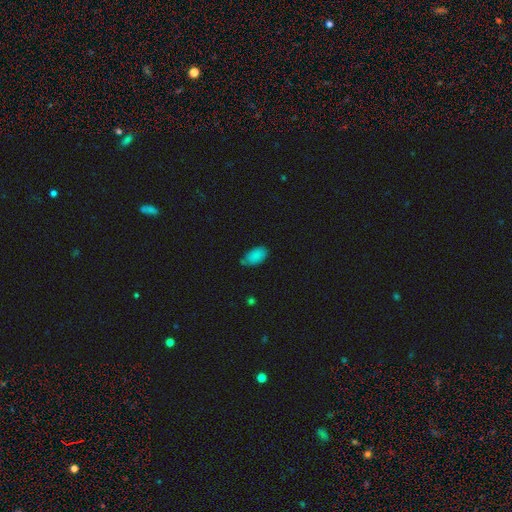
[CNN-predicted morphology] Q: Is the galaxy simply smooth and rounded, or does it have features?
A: smooth — 86%.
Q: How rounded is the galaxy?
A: in between — 94%.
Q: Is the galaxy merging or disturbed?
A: none — 65%.